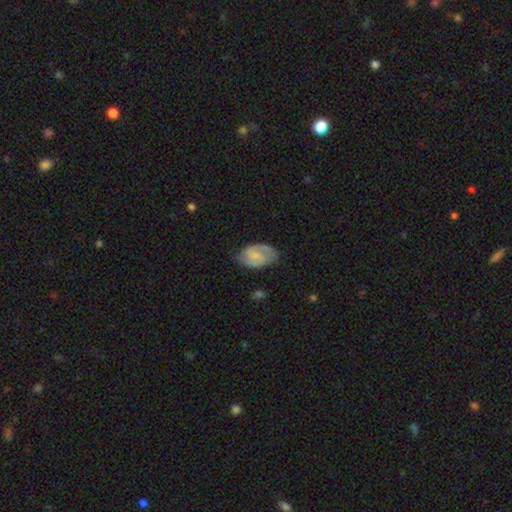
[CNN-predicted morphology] A featured or disk galaxy (72%) with no bar (47%), 2 (84%) medium (47%) spiral arms (94%) and a small central bulge (52%).

Vote fractions:
- Smooth or featured? featured or disk: 72% / smooth: 22% / star or artifact: 6%
- Edge-on disk? no: 97% / yes: 3%
- Bar? no: 47% / weak: 44% / strong: 9%
- Spiral arms? yes: 94% / no: 6%
- Spiral winding? medium: 47% / tight: 40% / loose: 13%
- Spiral arm count? 2: 84% / can't tell: 8% / 1: 3% / 3: 3% / 4: 1% / more than 4: 1%
- Bulge size? small: 52% / none: 28% / moderate: 18% / large: 2% / dominant: 1%
- Merging? none: 74% / minor disturbance: 19% / major disturbance: 6% / merger: 1%